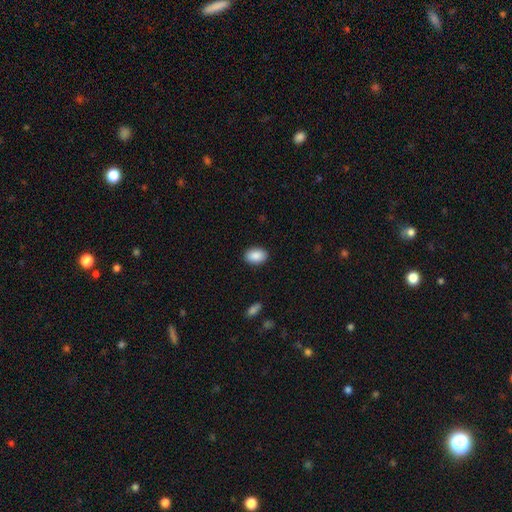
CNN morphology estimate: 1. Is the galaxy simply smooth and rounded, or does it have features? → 90% smooth, 7% star or artifact, 3% featured or disk.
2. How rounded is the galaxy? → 87% in between, 12% round, 1% cigar-shaped.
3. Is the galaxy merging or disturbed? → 89% none, 8% minor disturbance, 2% major disturbance, 1% merger.